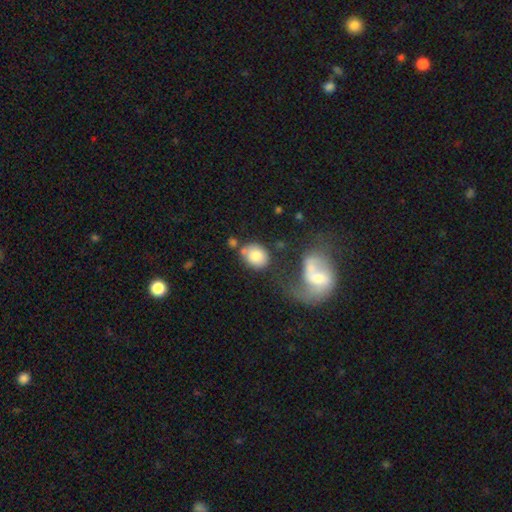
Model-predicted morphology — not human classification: This appears to be a smooth galaxy with no disk features (79%) that is round (54%). Merging: none (51%).